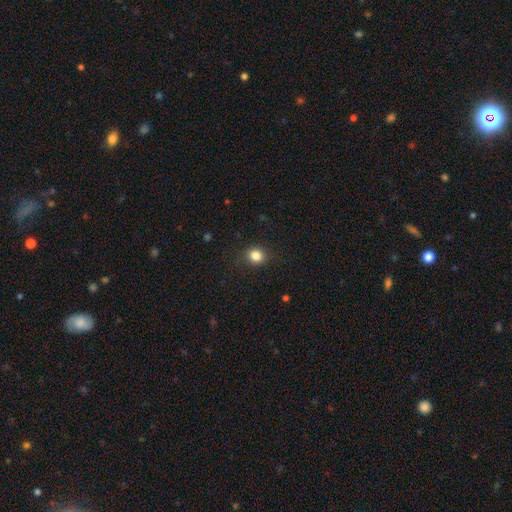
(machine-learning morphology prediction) Smooth or featured? smooth (84%)
How rounded? round (83%)
Merging? none (89%)